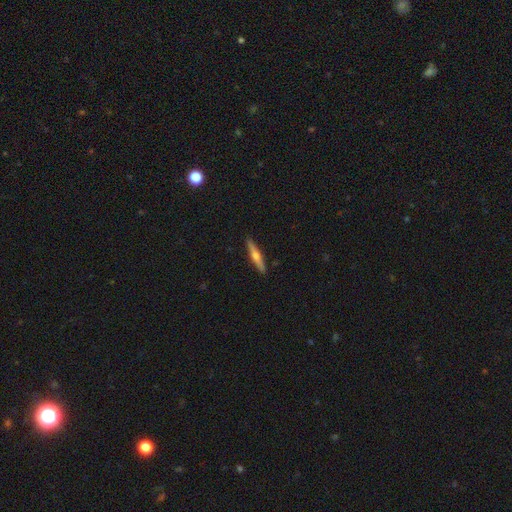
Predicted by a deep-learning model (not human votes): A featured or disk galaxy (58%) viewed edge-on (97%) with a rounded central bulge (89%).

Vote fractions:
- Smooth or featured? featured or disk: 58% / smooth: 37% / star or artifact: 6%
- Edge-on disk? yes: 97% / no: 3%
- Edge-on bulge? rounded: 89% / none: 7% / boxy: 4%
- Merging? none: 91% / minor disturbance: 6% / major disturbance: 1% / merger: 1%